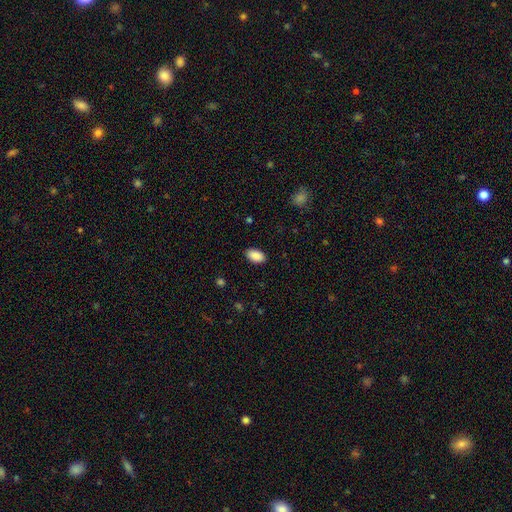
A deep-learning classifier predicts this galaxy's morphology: This is clearly a smooth galaxy (90%). How rounded: clearly in between (94%). Merging: clearly none (88%).